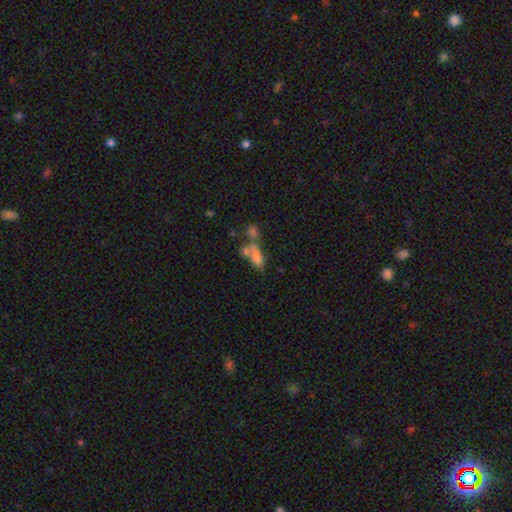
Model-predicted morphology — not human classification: Smooth or featured: smooth — 70% (featured or disk — 19%)
How rounded: in between — 68% (cigar-shaped — 27%)
Merging: merger — 49% (none — 29%)